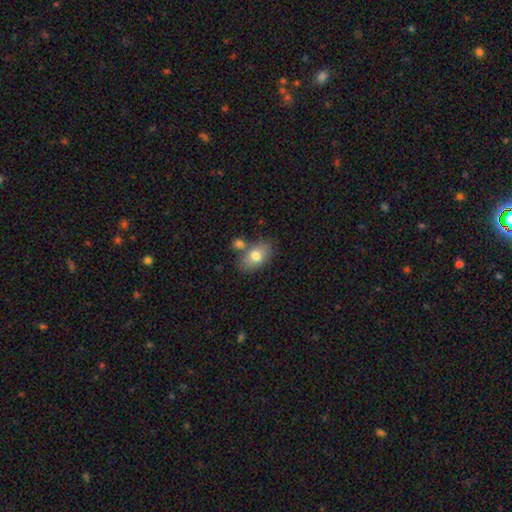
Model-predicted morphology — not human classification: Smooth or featured?
  - smooth: 75% *
  - featured or disk: 17%
  - star or artifact: 8%
How rounded?
  - in between: 88% *
  - round: 10%
  - cigar-shaped: 2%
Merging?
  - none: 61% *
  - merger: 21%
  - minor disturbance: 14%
  - major disturbance: 4%